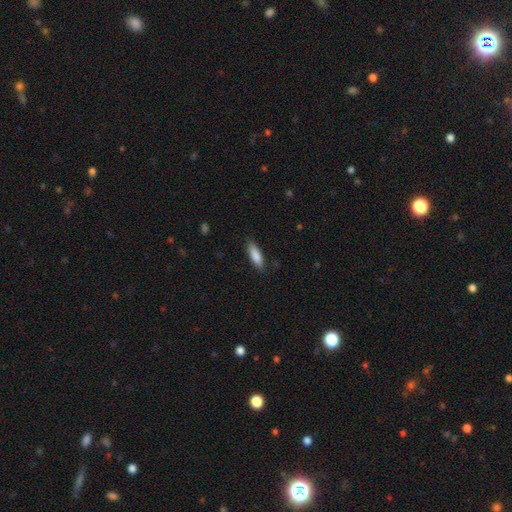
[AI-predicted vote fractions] A smooth galaxy with no disk features (87%) that is in between round and cigar-shaped (49%, tied with cigar-shaped). Merging: none (85%).